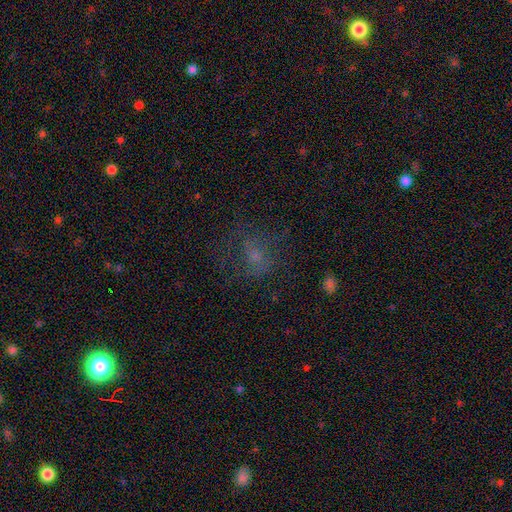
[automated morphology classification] type=smooth (44%); merging=none (55%).